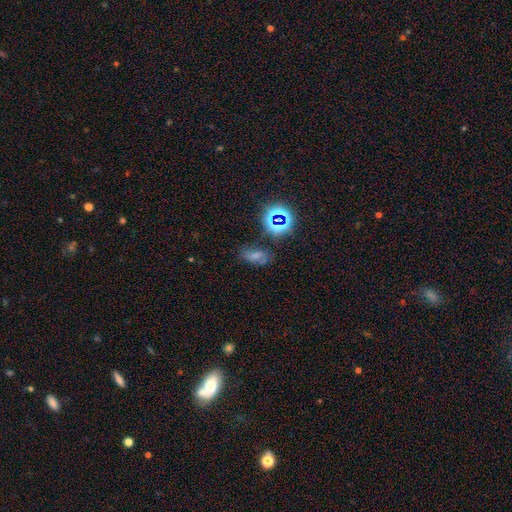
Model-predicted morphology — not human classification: type=smooth (49%); merging=none (61%).